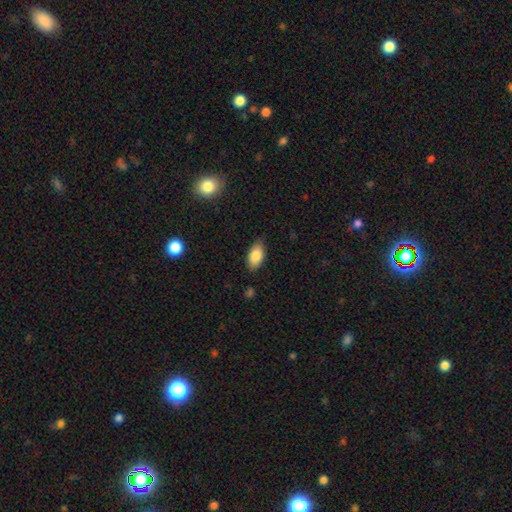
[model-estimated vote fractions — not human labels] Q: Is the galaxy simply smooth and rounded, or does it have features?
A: smooth — 84%.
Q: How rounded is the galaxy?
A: in between — 92%.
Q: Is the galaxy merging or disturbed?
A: none — 81%.